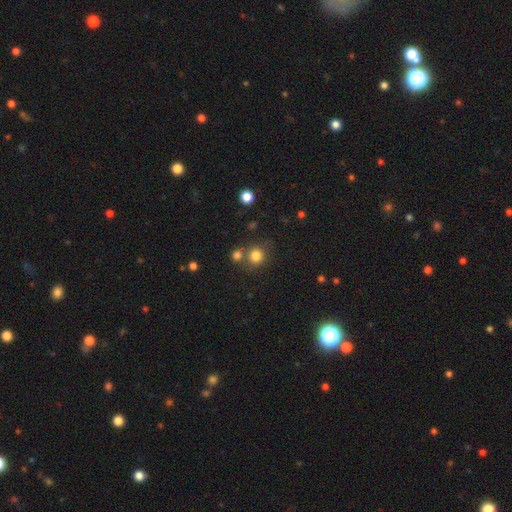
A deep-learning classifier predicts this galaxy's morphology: Smooth or featured?
  - smooth: 81% *
  - star or artifact: 13%
  - featured or disk: 6%
How rounded?
  - round: 88% *
  - in between: 12%
  - cigar-shaped: 1%
Merging?
  - none: 65% *
  - merger: 21%
  - minor disturbance: 9%
  - major disturbance: 4%